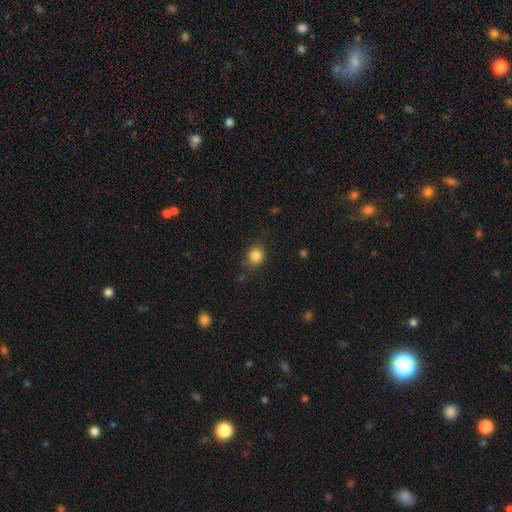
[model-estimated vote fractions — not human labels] smooth-or-featured: smooth: 85% | star or artifact: 11% | featured or disk: 5%
  how-rounded: round: 76% | in between: 23% | cigar-shaped: 1%
  merging: none: 81% | minor disturbance: 14% | major disturbance: 4% | merger: 2%